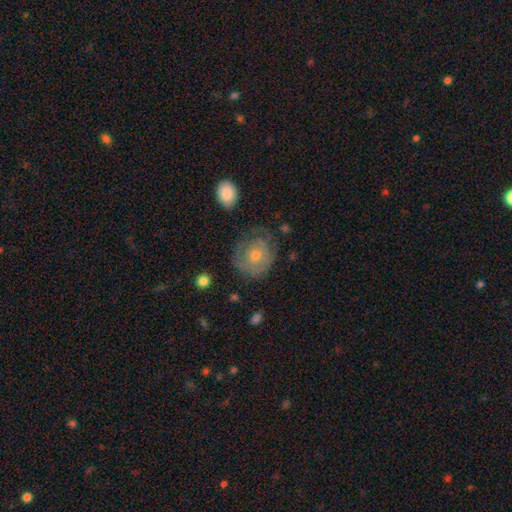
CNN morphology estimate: The model was most divided on "smooth or featured": featured or disk: 51%, smooth: 41%, star or artifact: 8%. More confident: edge-on disk — no (96%); merging — none (64%).